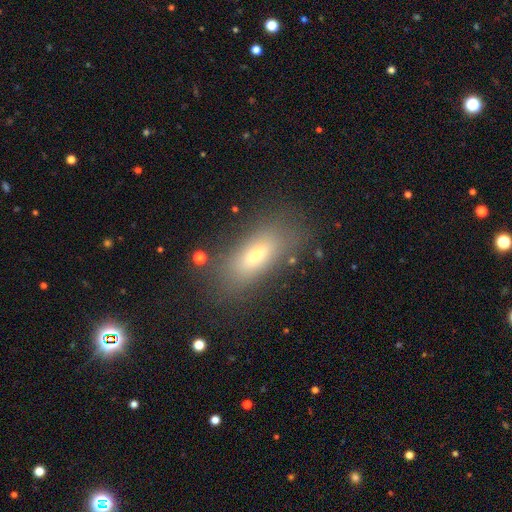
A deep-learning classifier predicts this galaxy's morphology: This is likely a smooth galaxy (67%). How rounded: likely in between (74%). Merging: clearly none (80%).